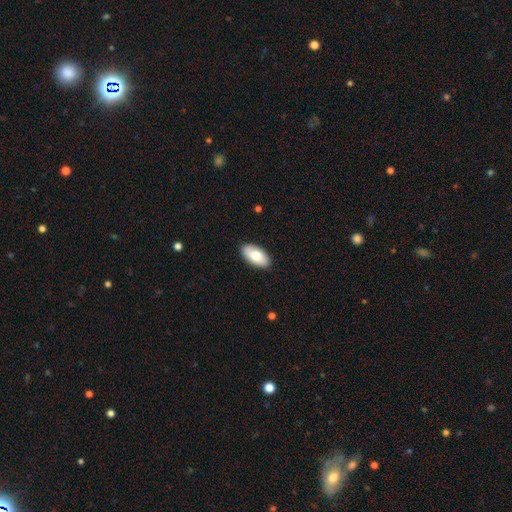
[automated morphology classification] Overall: smooth (75%). How rounded: in between (95%). Merging: none (88%).